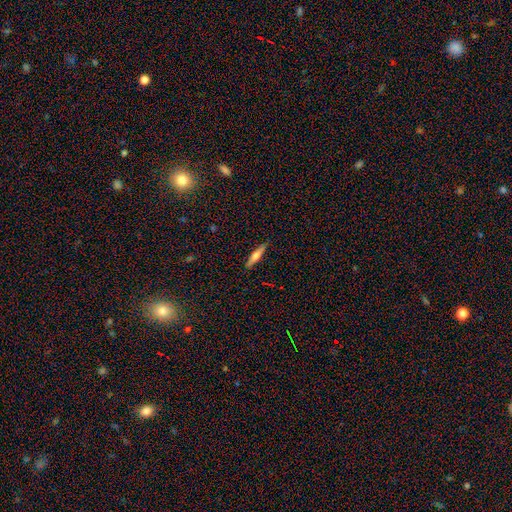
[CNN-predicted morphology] Overall: smooth (54%; featured or disk 39%). How rounded: cigar-shaped (87%). Merging: none (89%).